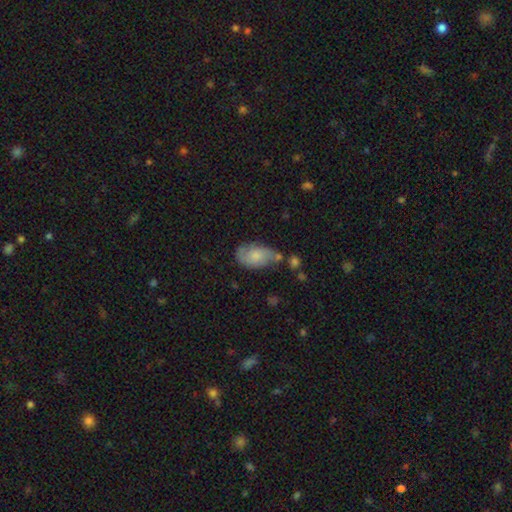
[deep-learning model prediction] Overall: smooth (56%; featured or disk 36%). How rounded: in between (90%). Merging: none (47%; minor disturbance 30%).